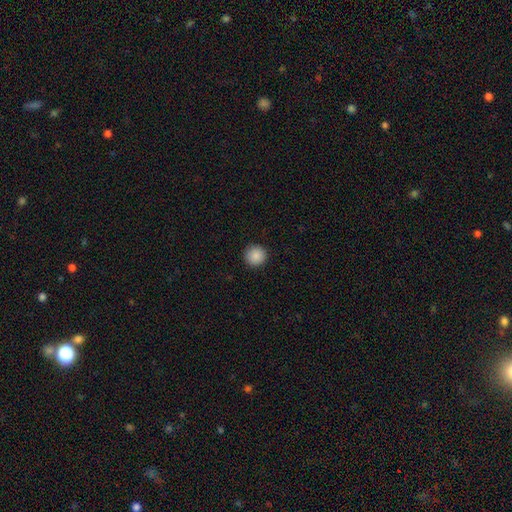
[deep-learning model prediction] Overall: smooth (89%). How rounded: round (95%). Merging: none (92%).